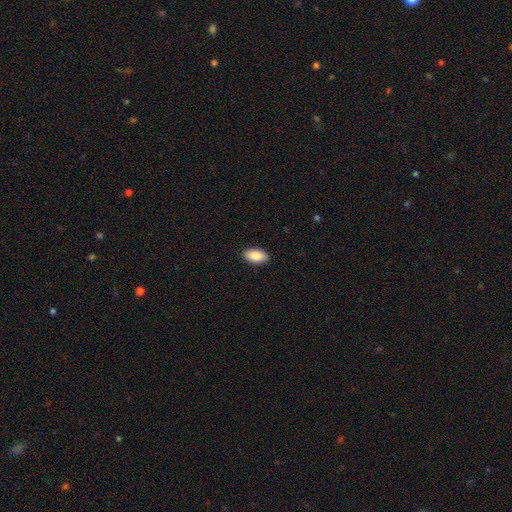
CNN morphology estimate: This is clearly a smooth galaxy (89%). How rounded: clearly in between (94%). Merging: clearly none (90%).